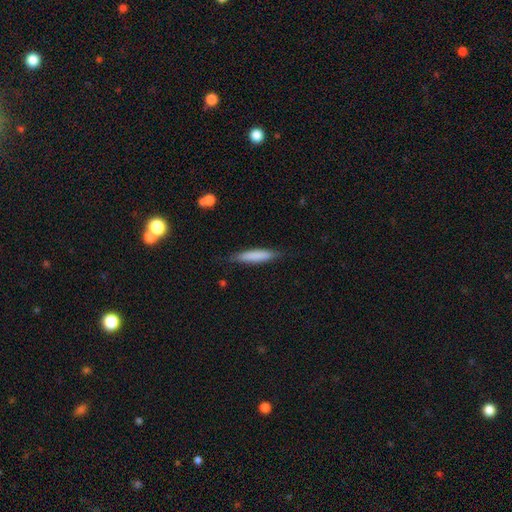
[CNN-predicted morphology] Overall: smooth (78%). How rounded: cigar-shaped (86%). Merging: none (83%).